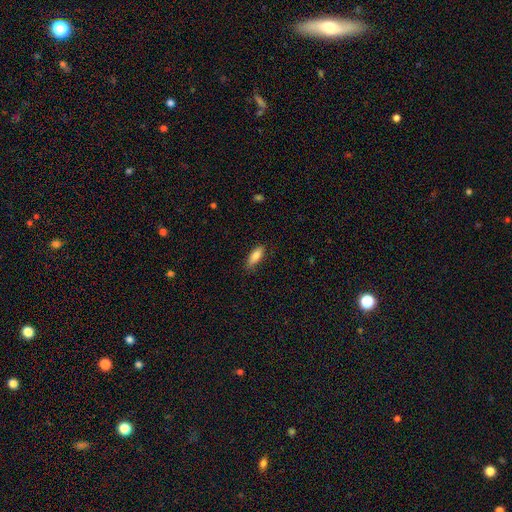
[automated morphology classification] smooth 84%, featured or disk 10%, star or artifact 6%. Down the decision tree: how rounded — in between (62%); merging — none (81%).